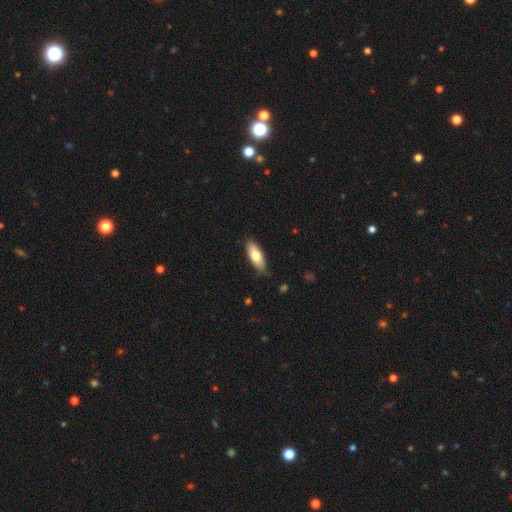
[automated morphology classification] smooth-or-featured: smooth: 76% | featured or disk: 18% | star or artifact: 6%
  how-rounded: in between: 73% | cigar-shaped: 25% | round: 2%
  merging: none: 83% | minor disturbance: 13% | major disturbance: 2% | merger: 1%